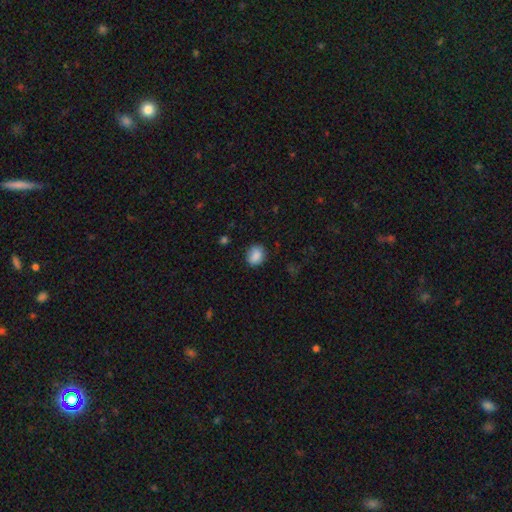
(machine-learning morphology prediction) smooth 87%, star or artifact 9%, featured or disk 5%. Down the decision tree: how rounded — round (65%); merging — none (81%).